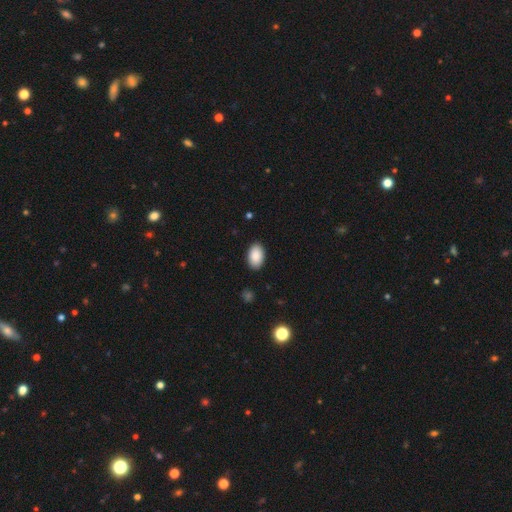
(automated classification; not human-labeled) smooth 90%, star or artifact 7%, featured or disk 4%. Down the decision tree: how rounded — in between (92%); merging — none (89%).